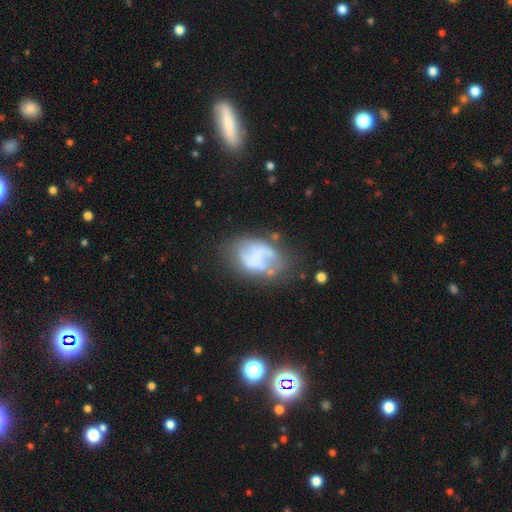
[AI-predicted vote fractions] smooth-or-featured: featured or disk: 51% | smooth: 39% | star or artifact: 10%
  disk-edge-on: no: 97% | yes: 3%
  merging: none: 39% | minor disturbance: 26% | major disturbance: 24% | merger: 10%